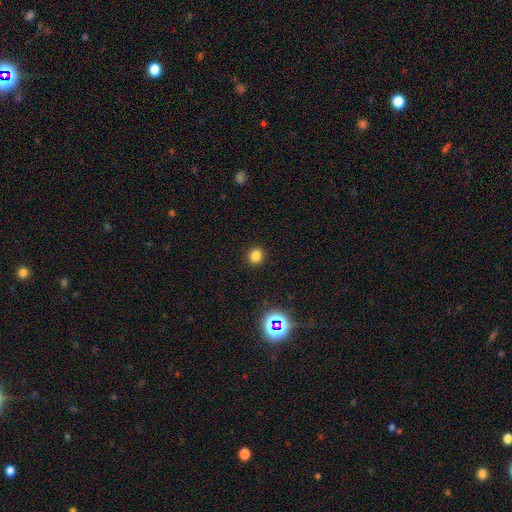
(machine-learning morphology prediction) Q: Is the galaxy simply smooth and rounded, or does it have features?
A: smooth — 80%.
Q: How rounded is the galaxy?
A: round — 80%.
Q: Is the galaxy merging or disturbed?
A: none — 91%.